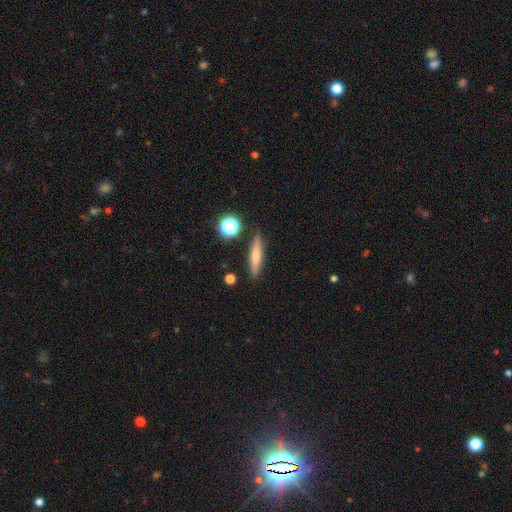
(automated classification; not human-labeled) smooth-or-featured: smooth: 64% | featured or disk: 27% | star or artifact: 9%
  how-rounded: cigar-shaped: 82% | in between: 14% | round: 4%
  merging: none: 86% | minor disturbance: 9% | merger: 2% | major disturbance: 2%